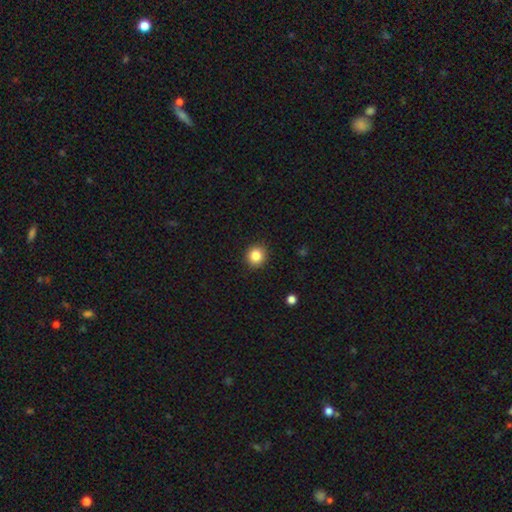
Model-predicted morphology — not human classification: A smooth galaxy with no disk features (85%) that is round (89%).

Vote fractions:
- Smooth or featured? smooth: 85% / star or artifact: 10% / featured or disk: 5%
- How rounded? round: 89% / in between: 10% / cigar-shaped: 1%
- Merging? none: 91% / minor disturbance: 6% / major disturbance: 2% / merger: 1%